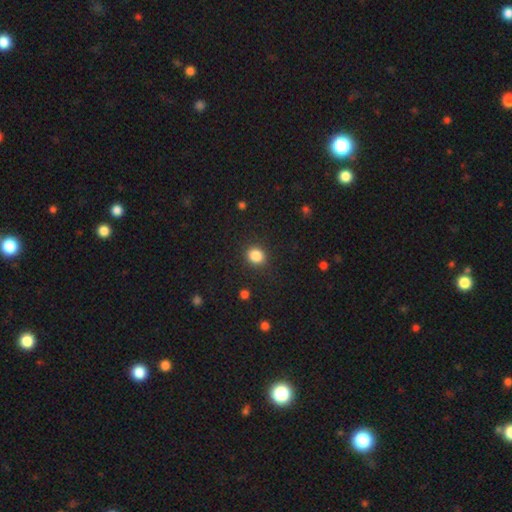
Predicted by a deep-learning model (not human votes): Smooth or featured?
  - smooth: 86% *
  - star or artifact: 10%
  - featured or disk: 4%
How rounded?
  - round: 75% *
  - in between: 24%
  - cigar-shaped: 1%
Merging?
  - none: 89% *
  - minor disturbance: 7%
  - major disturbance: 3%
  - merger: 1%